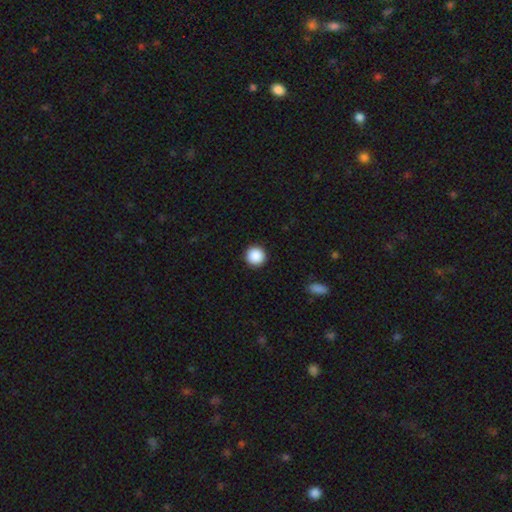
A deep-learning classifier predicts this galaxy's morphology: smooth_or_featured: smooth (p=0.89) [alt: star or artifact p=0.08]
how_rounded: round (p=0.96) [alt: in between p=0.03]
merging: none (p=0.93) [alt: minor disturbance p=0.04]